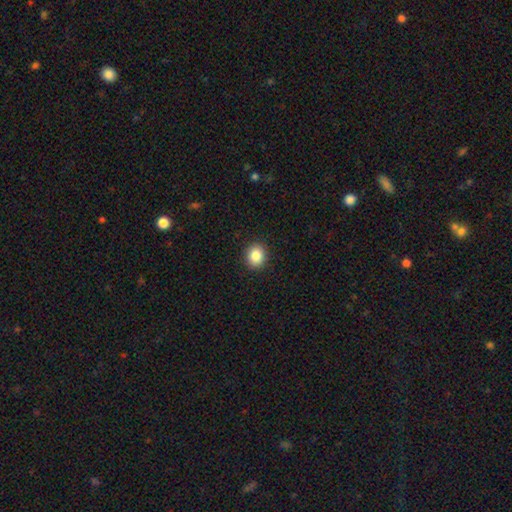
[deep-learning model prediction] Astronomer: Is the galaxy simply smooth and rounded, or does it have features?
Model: smooth — 86%.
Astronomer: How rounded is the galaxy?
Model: round — 68%.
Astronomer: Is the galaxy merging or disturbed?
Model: none — 91%.